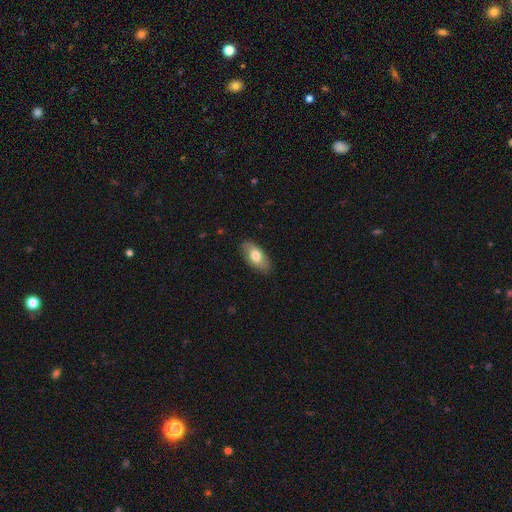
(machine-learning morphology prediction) Q: Smooth or featured?
A: smooth (72%); runner-up: featured or disk (22%)
Q: How rounded?
A: in between (92%); runner-up: cigar-shaped (5%)
Q: Merging?
A: none (85%); runner-up: minor disturbance (12%)